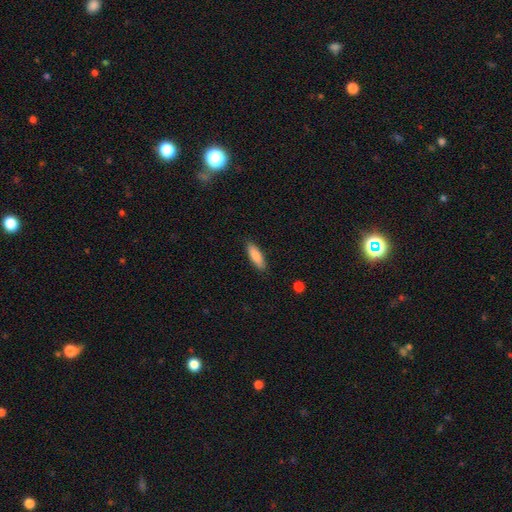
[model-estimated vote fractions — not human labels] A smooth galaxy with no disk features (82%) that is cigar-shaped (52%). Merging: none (88%).